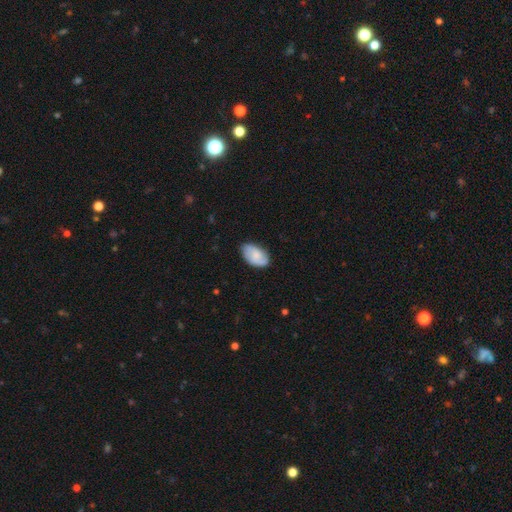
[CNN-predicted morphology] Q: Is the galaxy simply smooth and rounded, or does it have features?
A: smooth — 58%.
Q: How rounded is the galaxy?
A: in between — 93%.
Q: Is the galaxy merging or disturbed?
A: none — 76%.